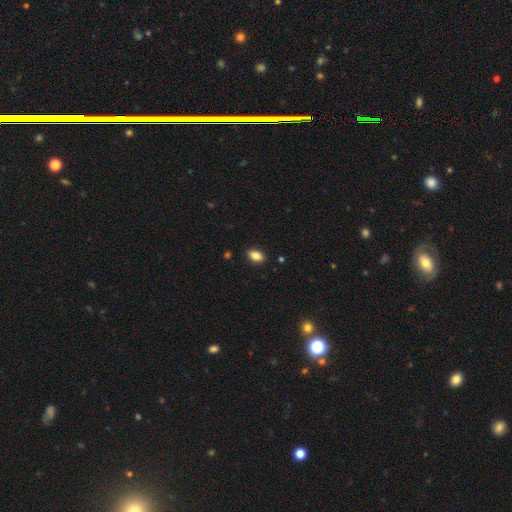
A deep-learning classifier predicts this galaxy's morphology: smooth 85%, star or artifact 8%, featured or disk 7%. Down the decision tree: how rounded — in between (89%); merging — none (88%).